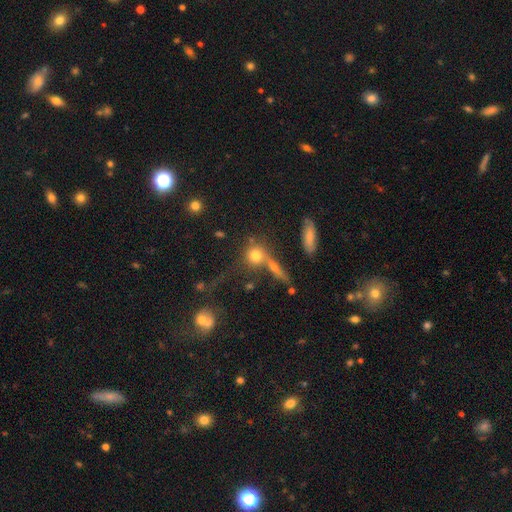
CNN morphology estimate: This appears to be a smooth galaxy with no disk features (70%) that is round (80%). Merging: none (50%).